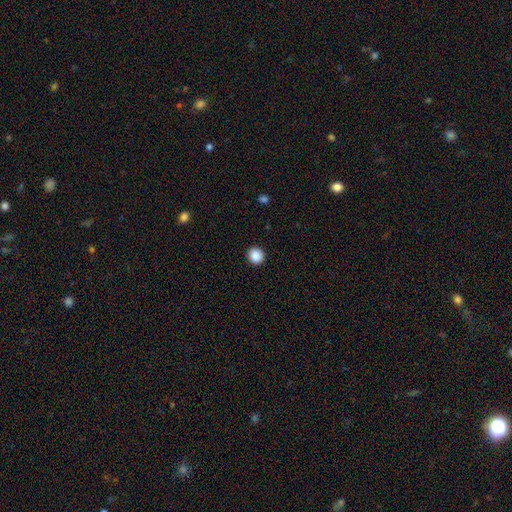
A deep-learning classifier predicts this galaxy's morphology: Smooth or featured? Predicted: smooth (p=0.88). How rounded? Predicted: round (p=0.92). Merging? Predicted: none (p=0.92).